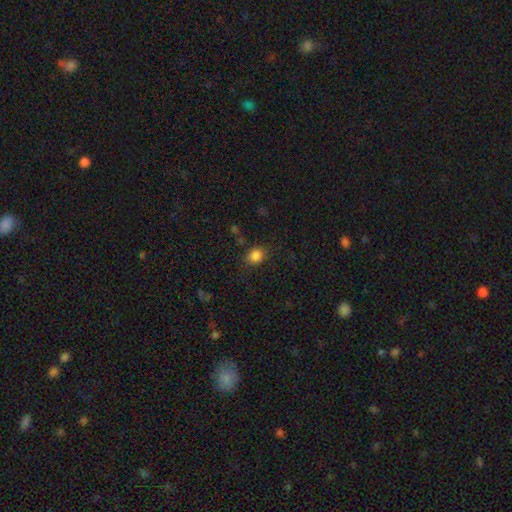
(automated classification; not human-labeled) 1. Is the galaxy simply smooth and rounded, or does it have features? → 84% smooth, 12% star or artifact, 4% featured or disk.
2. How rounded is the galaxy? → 69% round, 30% in between, 1% cigar-shaped.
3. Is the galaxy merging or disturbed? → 79% none, 14% minor disturbance, 5% major disturbance, 2% merger.